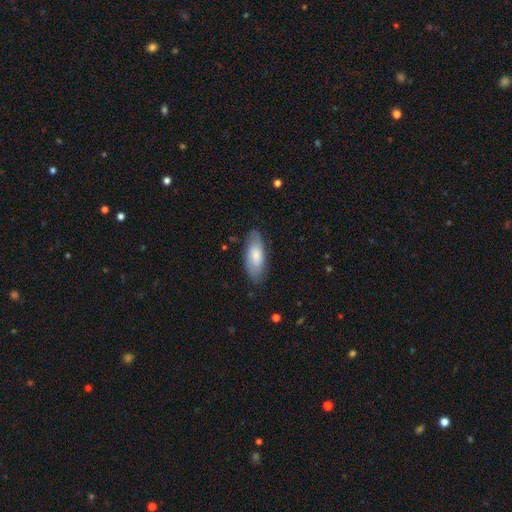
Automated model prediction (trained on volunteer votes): A smooth galaxy with no disk features (73%) that is in between round and cigar-shaped (81%).

Vote fractions:
- Smooth or featured? smooth: 73% / featured or disk: 22% / star or artifact: 6%
- How rounded? in between: 81% / cigar-shaped: 17% / round: 2%
- Merging? none: 79% / minor disturbance: 16% / major disturbance: 3% / merger: 1%